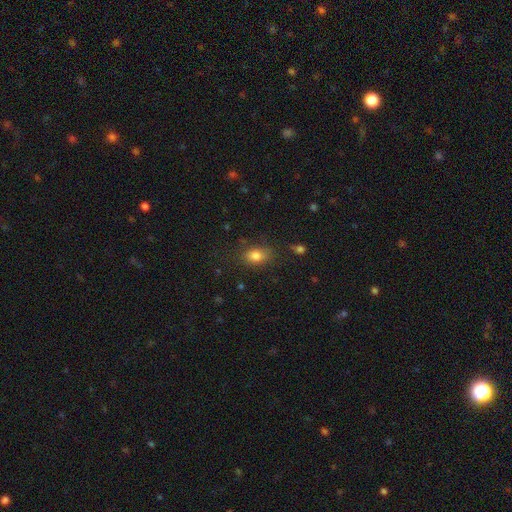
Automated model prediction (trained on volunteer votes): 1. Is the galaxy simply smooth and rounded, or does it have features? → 83% smooth, 11% star or artifact, 7% featured or disk.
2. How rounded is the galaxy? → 72% in between, 26% round, 2% cigar-shaped.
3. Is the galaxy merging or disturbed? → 73% none, 19% minor disturbance, 6% major disturbance, 2% merger.